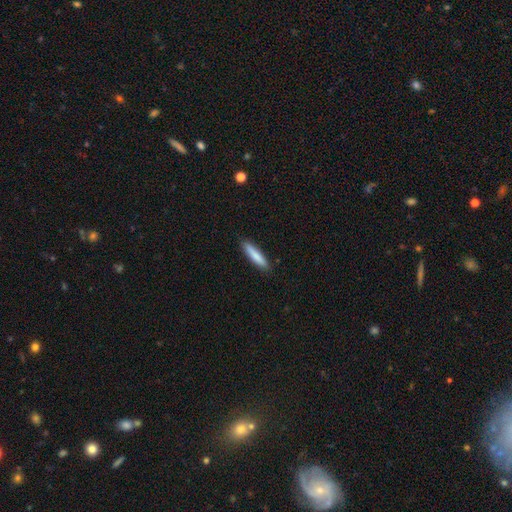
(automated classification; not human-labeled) Smooth or featured? Predicted: smooth (p=0.82). How rounded? Predicted: cigar-shaped (p=0.84). Merging? Predicted: none (p=0.88).